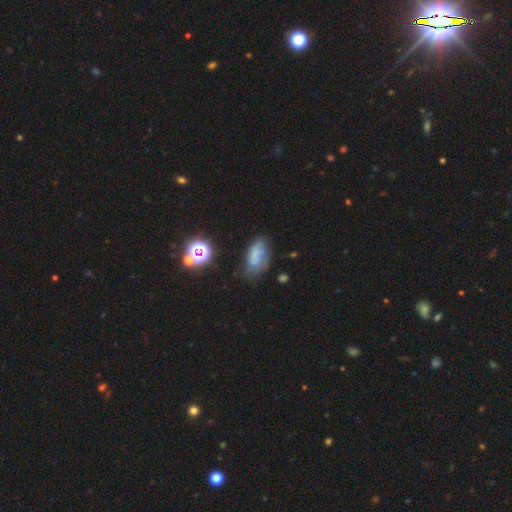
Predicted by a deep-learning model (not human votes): This appears to be a smooth galaxy with no disk features (58%) that is in between round and cigar-shaped (88%). Merging: none (48%).